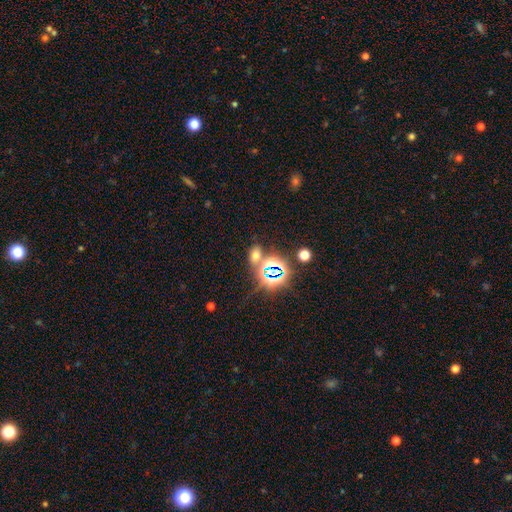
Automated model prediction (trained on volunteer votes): Smooth or featured?
  - smooth: 50% *
  - star or artifact: 41%
  - featured or disk: 9%
How rounded?
  - in between: 73% *
  - round: 24%
  - cigar-shaped: 3%
Merging?
  - none: 70% *
  - merger: 15%
  - minor disturbance: 10%
  - major disturbance: 5%